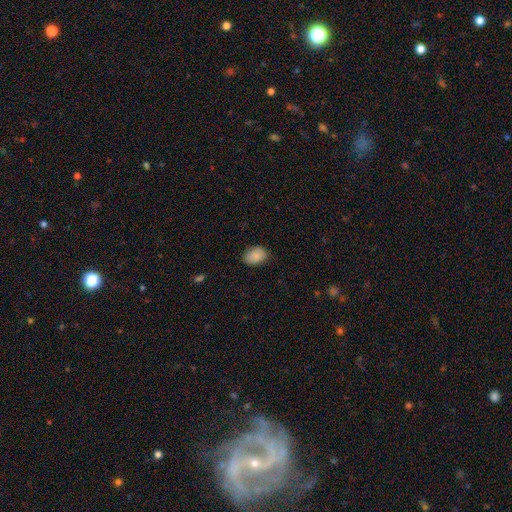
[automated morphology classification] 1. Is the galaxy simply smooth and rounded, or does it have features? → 88% smooth, 7% star or artifact, 5% featured or disk.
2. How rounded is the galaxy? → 78% in between, 21% round, 1% cigar-shaped.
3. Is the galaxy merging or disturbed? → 81% none, 15% minor disturbance, 3% major disturbance, 1% merger.